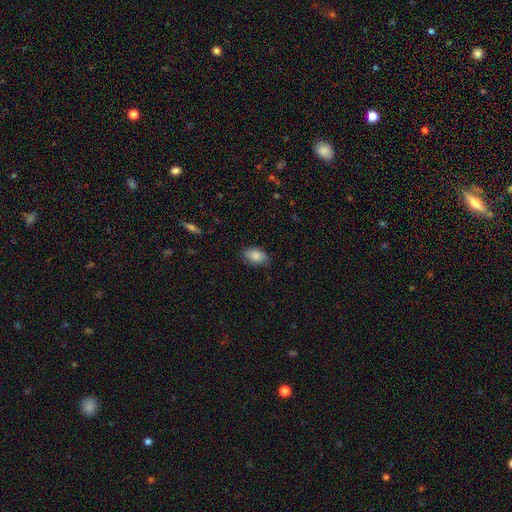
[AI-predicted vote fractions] A smooth galaxy with no disk features (84%) that is in between round and cigar-shaped (91%).

Vote fractions:
- Smooth or featured? smooth: 84% / featured or disk: 9% / star or artifact: 7%
- How rounded? in between: 91% / round: 7% / cigar-shaped: 2%
- Merging? none: 70% / minor disturbance: 24% / major disturbance: 5% / merger: 1%